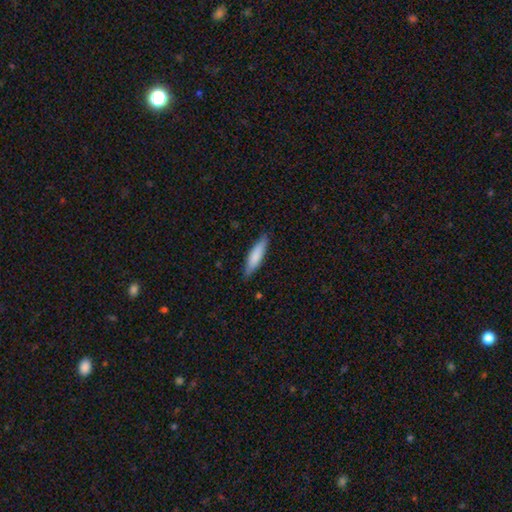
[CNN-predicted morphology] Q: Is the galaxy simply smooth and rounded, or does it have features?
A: smooth — 78%.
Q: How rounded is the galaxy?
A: cigar-shaped — 74%.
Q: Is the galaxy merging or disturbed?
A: none — 85%.